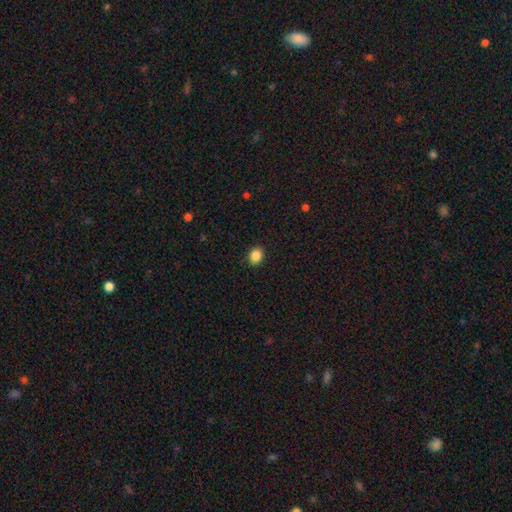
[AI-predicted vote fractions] Smooth or featured: smooth — 88% (star or artifact — 9%)
How rounded: in between — 61% (round — 38%)
Merging: none — 90% (minor disturbance — 7%)